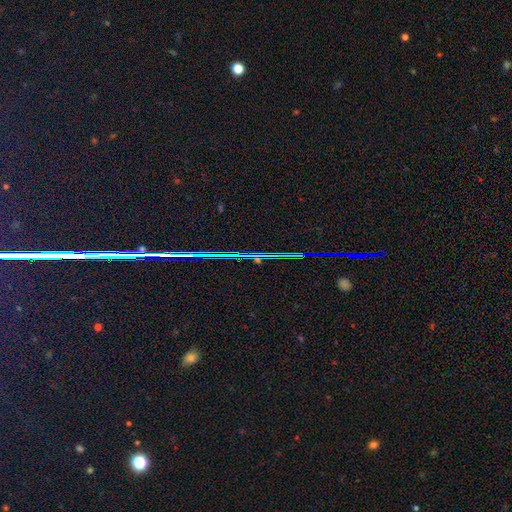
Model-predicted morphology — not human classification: Smooth or featured: star or artifact — 86% (smooth — 7%)